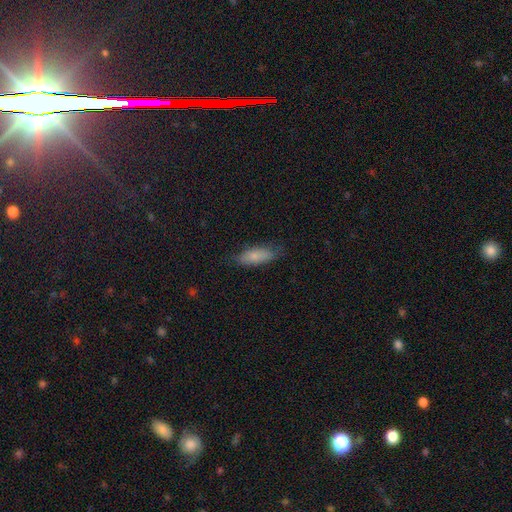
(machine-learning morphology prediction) The model was most divided on "how rounded": in between: 66%, cigar-shaped: 32%, round: 2%. More confident: smooth or featured — smooth (79%); merging — none (76%).